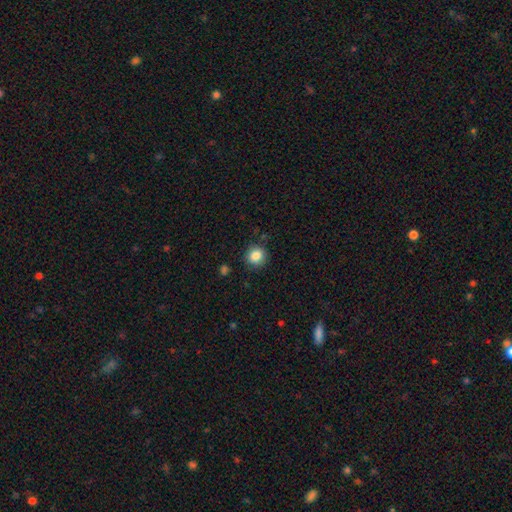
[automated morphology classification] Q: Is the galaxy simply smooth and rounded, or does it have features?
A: smooth — 85%.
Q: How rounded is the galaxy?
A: round — 85%.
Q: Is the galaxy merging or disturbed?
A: none — 85%.